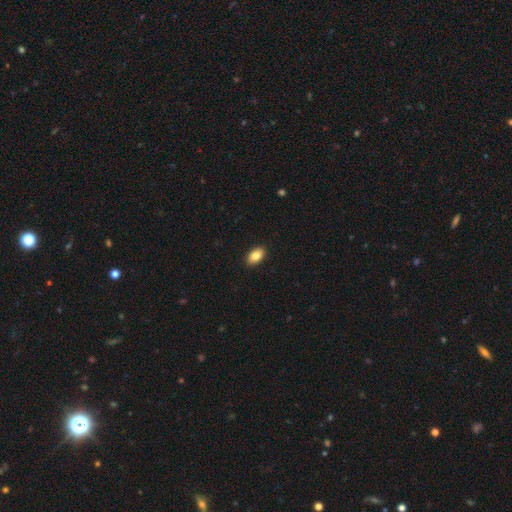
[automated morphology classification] Smooth or featured? smooth (86%)
How rounded? in between (93%)
Merging? none (90%)